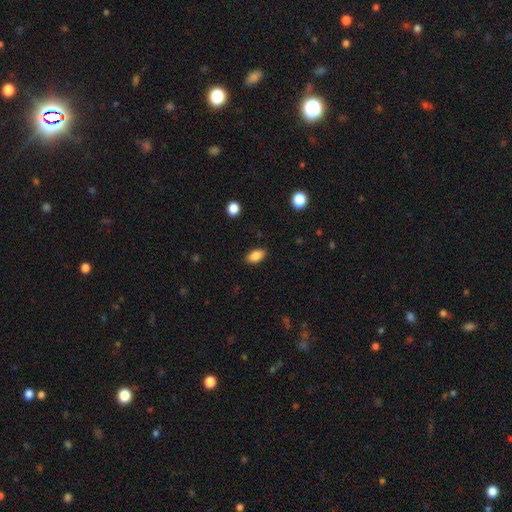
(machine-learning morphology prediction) type=smooth (87%); roundness=in between (90%); merging=none (88%).